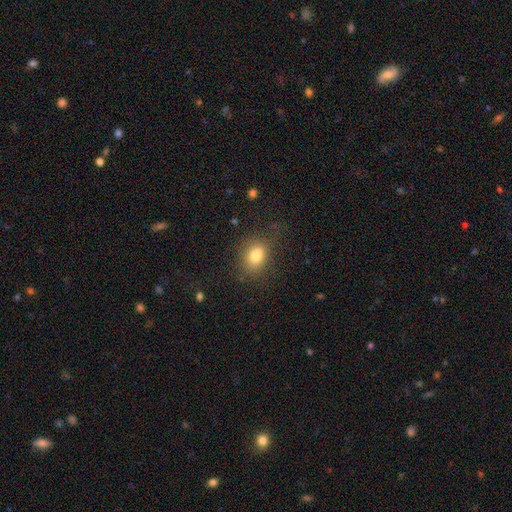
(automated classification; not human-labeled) smooth_or_featured: smooth (p=0.77) [alt: star or artifact p=0.12]
how_rounded: in between (p=0.54) [alt: round p=0.44]
merging: none (p=0.66) [alt: minor disturbance p=0.21]